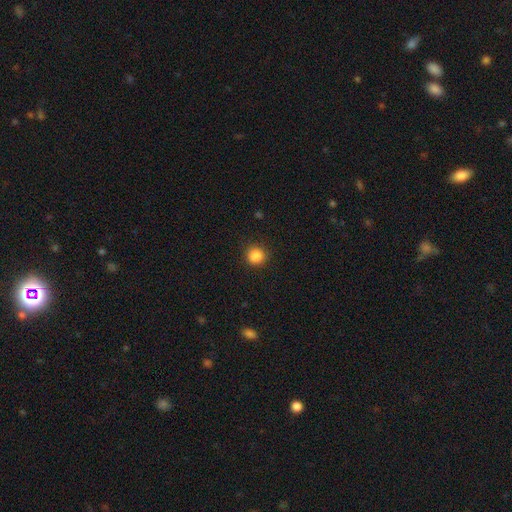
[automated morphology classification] Smooth or featured: smooth — 87% (star or artifact — 10%)
How rounded: round — 90% (in between — 9%)
Merging: none — 88% (minor disturbance — 8%)